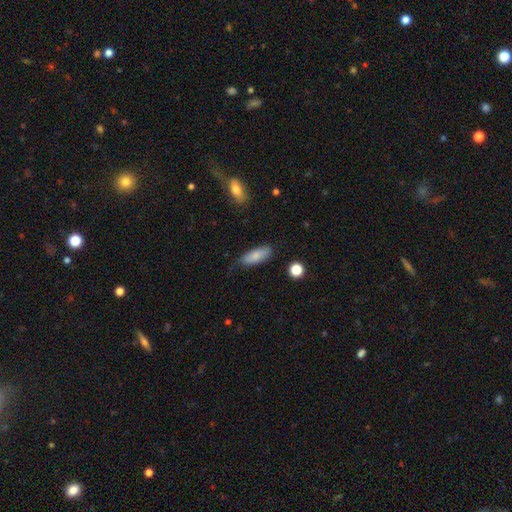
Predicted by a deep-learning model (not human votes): This appears to be a smooth galaxy with no disk features (81%) that is in between round and cigar-shaped (75%). Merging: none (70%).